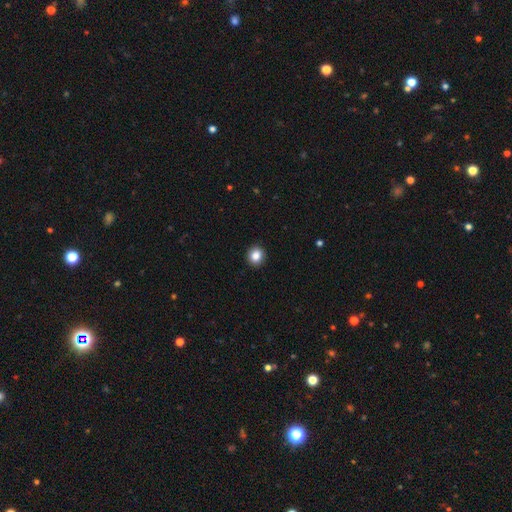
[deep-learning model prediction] Q: Smooth or featured?
A: smooth (85%); runner-up: star or artifact (10%)
Q: How rounded?
A: round (84%); runner-up: in between (15%)
Q: Merging?
A: none (92%); runner-up: minor disturbance (5%)